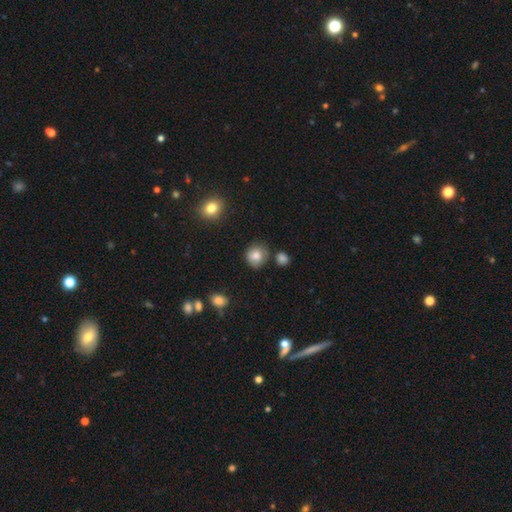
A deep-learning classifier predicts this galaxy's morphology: type=smooth (83%); roundness=round (85%); merging=none (77%).